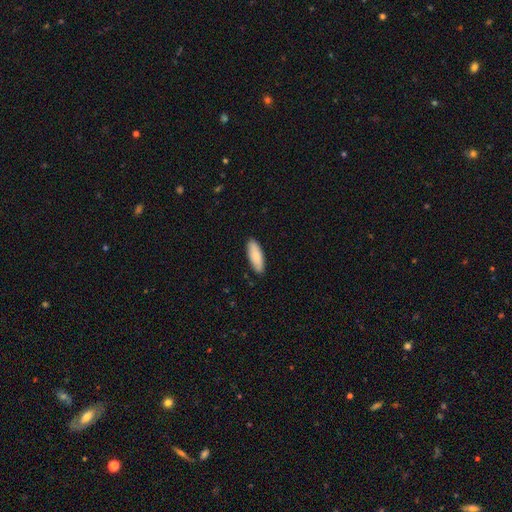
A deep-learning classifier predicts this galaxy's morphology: A smooth galaxy with no disk features (87%) that is in between round and cigar-shaped (67%). Merging: none (88%).